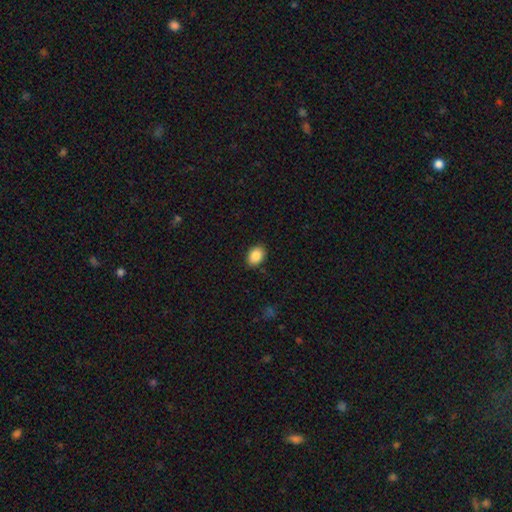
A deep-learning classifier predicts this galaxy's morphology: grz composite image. It shows a smooth galaxy with no disk features (88%) that is in between round and cigar-shaped (79%). Merging: none (87%).